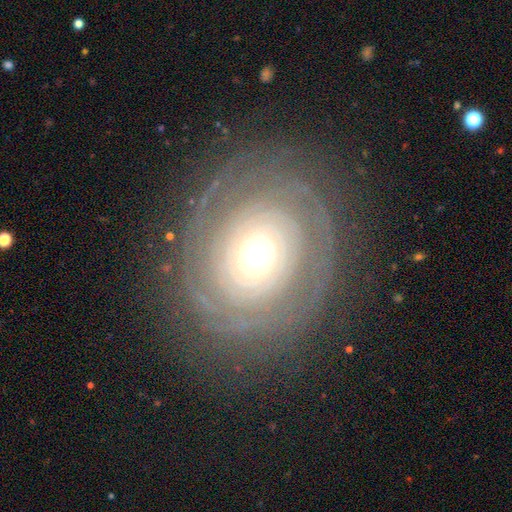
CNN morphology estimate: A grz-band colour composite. It shows a featured or disk galaxy (80%) with no bar (81%), tight (84%) spiral arms (87%) and a moderate central bulge (61%). Merging: none (81%).